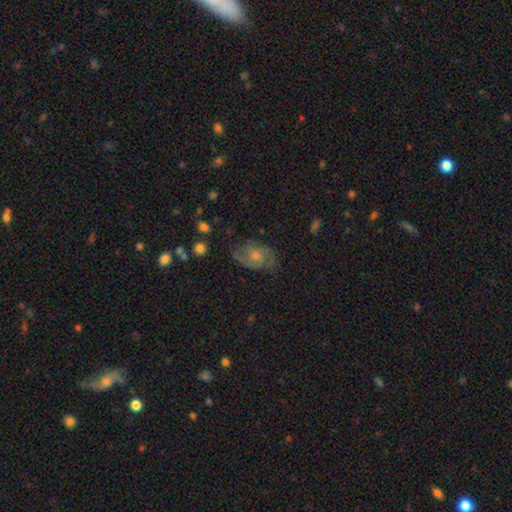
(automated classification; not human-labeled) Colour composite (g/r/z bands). It shows a featured or disk galaxy (69%) with no bar (73%), 2 (62%) medium (46%) spiral arms (90%) and a small central bulge (46%, tied with moderate). Merging: none (70%).